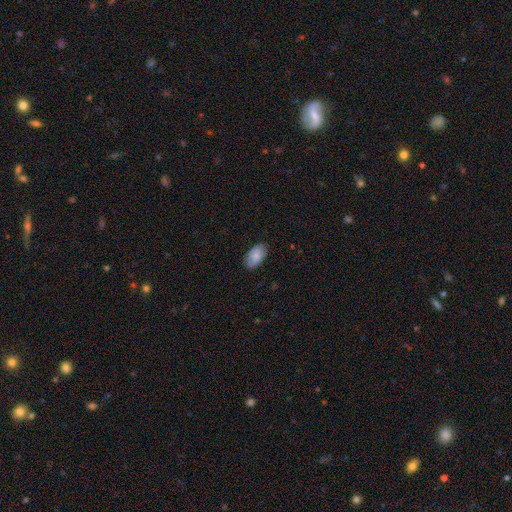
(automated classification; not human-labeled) A smooth galaxy with no disk features (84%) that is in between round and cigar-shaped (94%).

Vote fractions:
- Smooth or featured? smooth: 84% / featured or disk: 10% / star or artifact: 6%
- How rounded? in between: 94% / round: 4% / cigar-shaped: 2%
- Merging? none: 84% / minor disturbance: 13% / major disturbance: 2% / merger: 1%